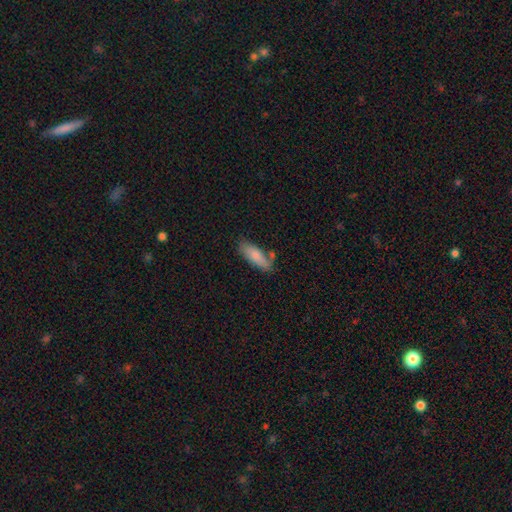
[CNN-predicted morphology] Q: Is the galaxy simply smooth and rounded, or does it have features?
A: smooth — 79%.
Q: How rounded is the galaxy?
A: in between — 65%.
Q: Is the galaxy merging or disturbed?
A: none — 64%.